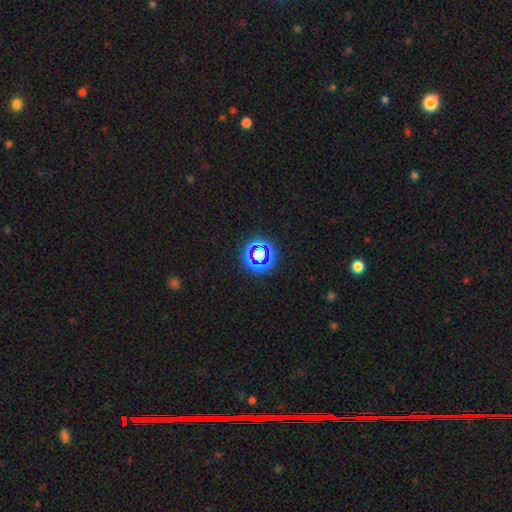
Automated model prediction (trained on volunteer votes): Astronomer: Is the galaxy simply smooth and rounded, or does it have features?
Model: star or artifact — 60%.